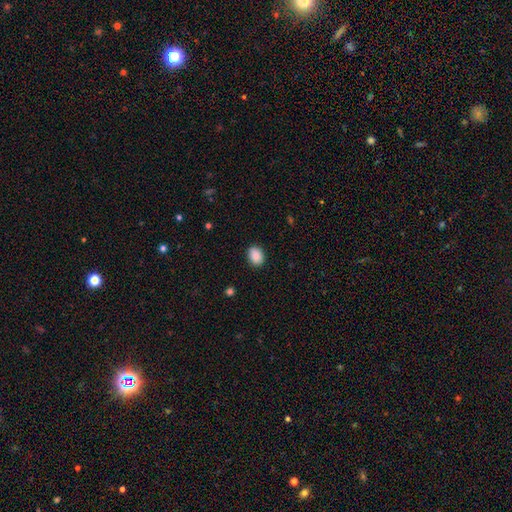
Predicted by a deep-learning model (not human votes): Overall: smooth (89%). How rounded: in between (67%; round 32%). Merging: none (87%).